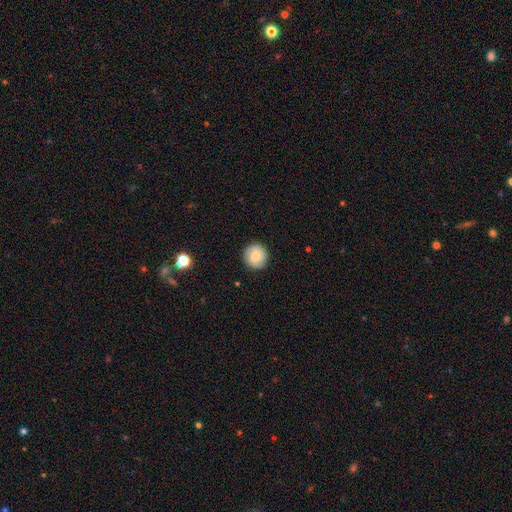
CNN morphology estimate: This appears to be a smooth galaxy with no disk features (72%) that is round (94%). Merging: none (89%).